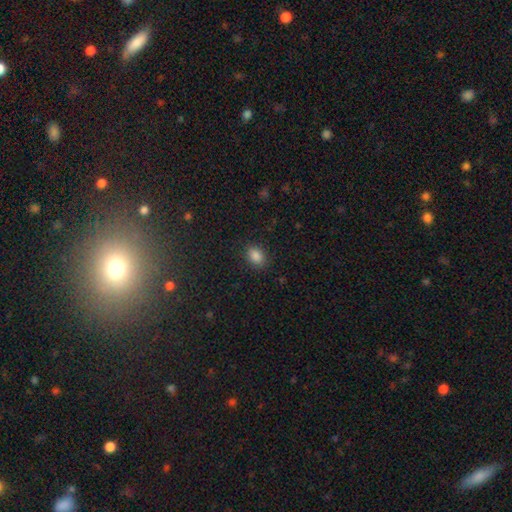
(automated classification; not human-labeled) Q: Smooth or featured?
A: smooth (86%); runner-up: star or artifact (10%)
Q: How rounded?
A: in between (77%); runner-up: round (22%)
Q: Merging?
A: none (87%); runner-up: minor disturbance (9%)